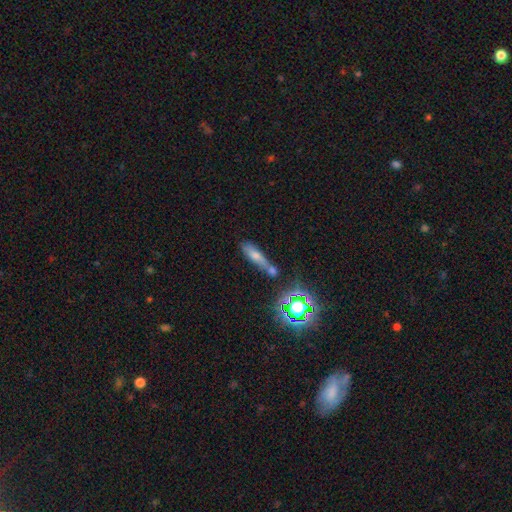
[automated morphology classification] This is possibly a smooth galaxy (59%). How rounded: likely cigar-shaped (62%). Merging: marginally none (42%).